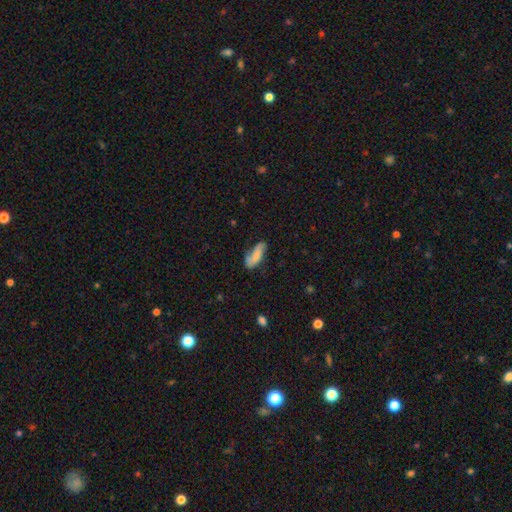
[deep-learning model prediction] Smooth or featured? smooth (56%)
How rounded? in between (71%)
Merging? none (57%)